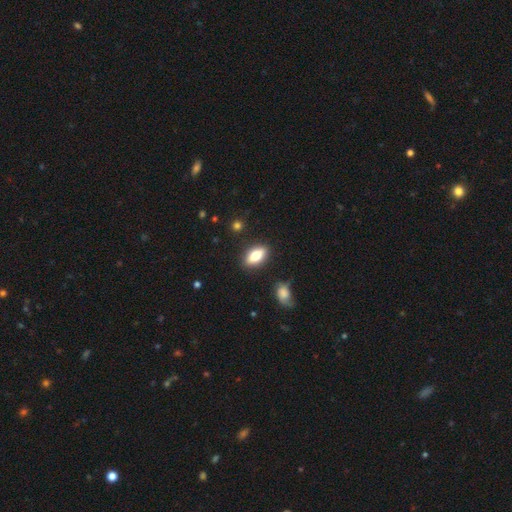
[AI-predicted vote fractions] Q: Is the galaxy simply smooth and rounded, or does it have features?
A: smooth — 72%.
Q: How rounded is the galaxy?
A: in between — 83%.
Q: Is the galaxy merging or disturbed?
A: none — 86%.